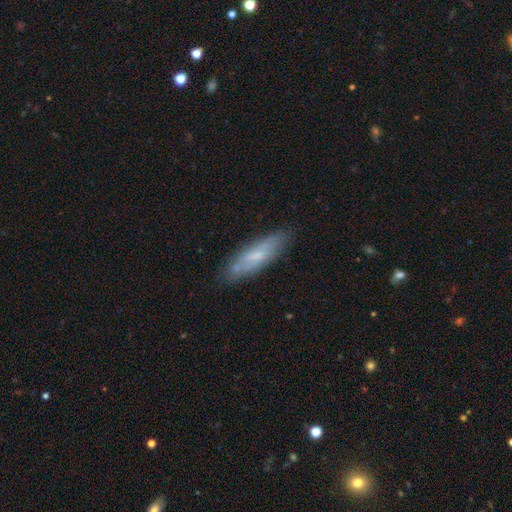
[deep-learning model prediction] Smooth or featured?
  - smooth: 53% *
  - featured or disk: 40%
  - star or artifact: 7%
How rounded?
  - cigar-shaped: 64% *
  - in between: 34%
  - round: 2%
Merging?
  - none: 77% *
  - minor disturbance: 17%
  - major disturbance: 4%
  - merger: 2%